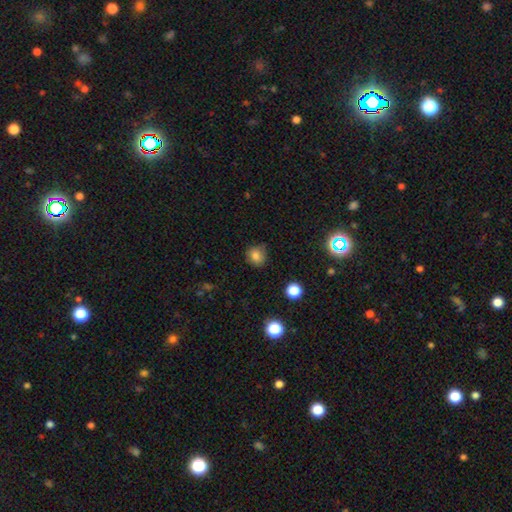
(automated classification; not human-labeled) This is clearly a smooth galaxy (81%). How rounded: clearly round (82%). Merging: likely none (78%).